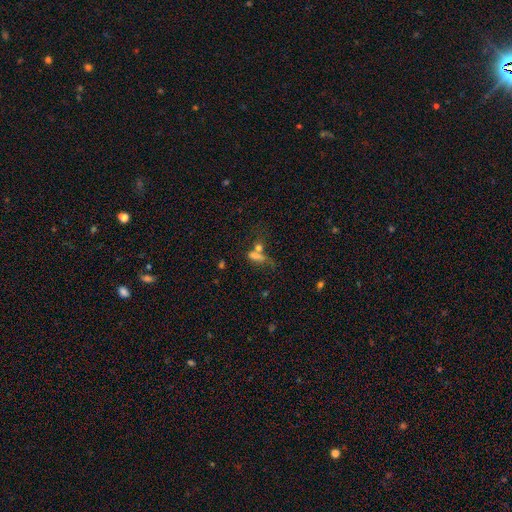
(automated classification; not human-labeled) The model was most divided on "merging": merger: 39%, none: 32%, major disturbance: 17%, minor disturbance: 13%. More confident: smooth or featured — smooth (63%); how rounded — in between (55%).